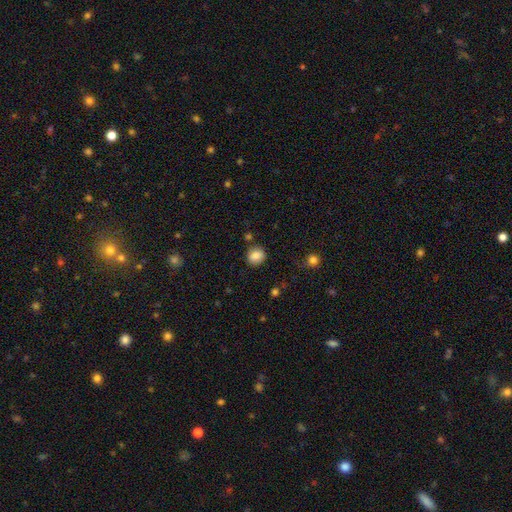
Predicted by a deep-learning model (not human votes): smooth_or_featured: smooth (p=0.84) [alt: star or artifact p=0.10]
how_rounded: round (p=0.74) [alt: in between p=0.25]
merging: none (p=0.82) [alt: minor disturbance p=0.12]